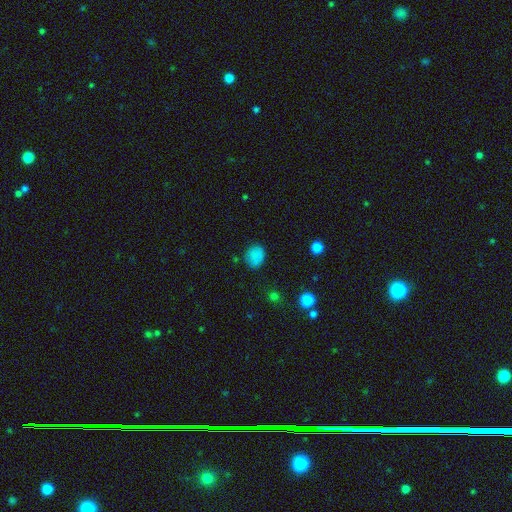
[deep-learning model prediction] smooth 82%, star or artifact 14%, featured or disk 5%. Down the decision tree: how rounded — round (55%); merging — none (79%).